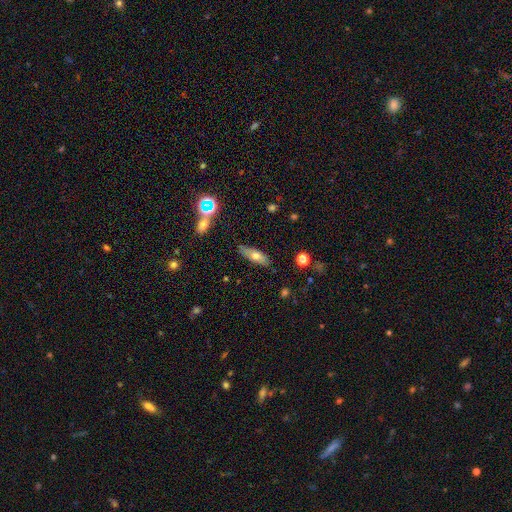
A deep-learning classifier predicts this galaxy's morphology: This is likely a smooth galaxy (62%). How rounded: possibly in between (58%). Merging: likely none (80%).